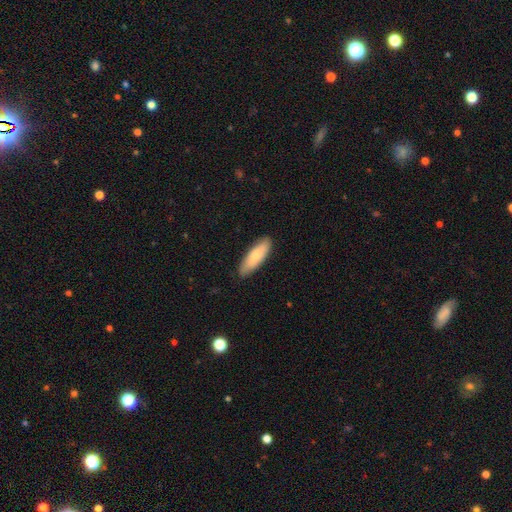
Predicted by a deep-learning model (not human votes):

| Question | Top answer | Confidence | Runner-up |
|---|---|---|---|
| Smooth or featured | smooth | 81% | featured or disk (14%) |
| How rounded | in between | 52% | cigar-shaped (47%) |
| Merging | none | 86% | minor disturbance (11%) |